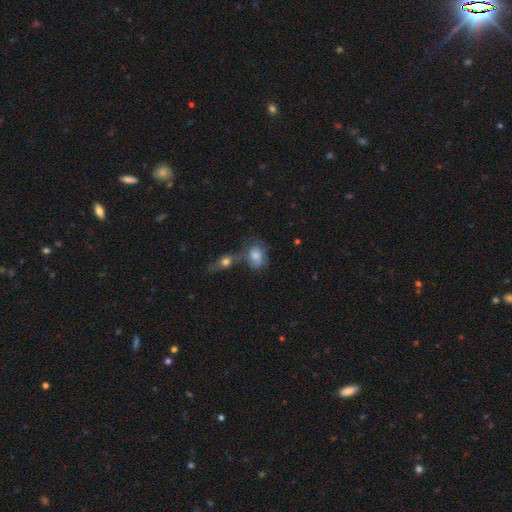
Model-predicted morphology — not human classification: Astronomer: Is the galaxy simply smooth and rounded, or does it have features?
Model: smooth — 70%.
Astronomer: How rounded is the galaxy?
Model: in between — 66%.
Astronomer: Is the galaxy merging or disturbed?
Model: merger — 38% (runner-up: none, 34%).